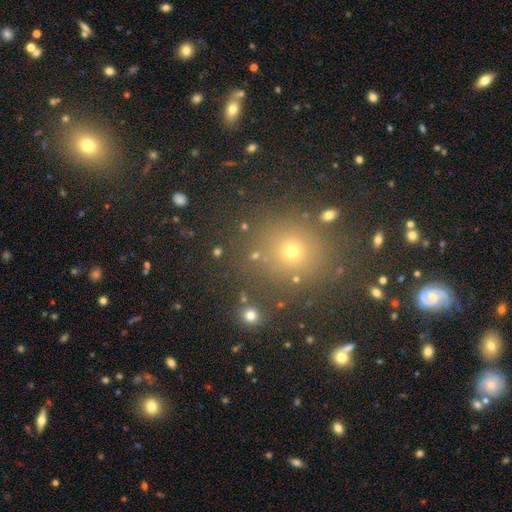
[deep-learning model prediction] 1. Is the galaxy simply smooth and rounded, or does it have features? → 54% smooth, 37% star or artifact, 9% featured or disk.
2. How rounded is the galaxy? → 88% round, 11% in between, 1% cigar-shaped.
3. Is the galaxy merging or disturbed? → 86% none, 7% minor disturbance, 3% merger, 3% major disturbance.